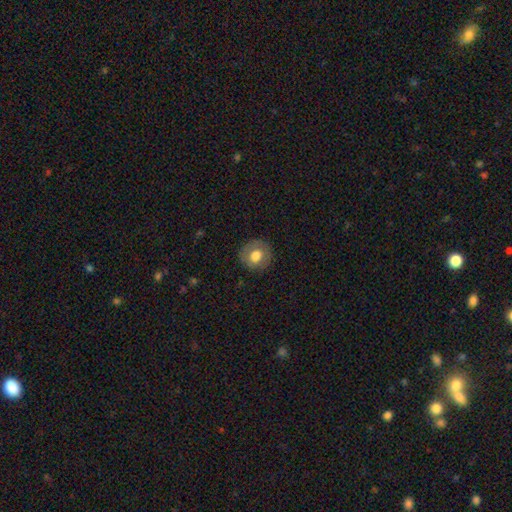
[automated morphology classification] smooth 68%, featured or disk 24%, star or artifact 8%. Down the decision tree: how rounded — round (86%); merging — none (84%).